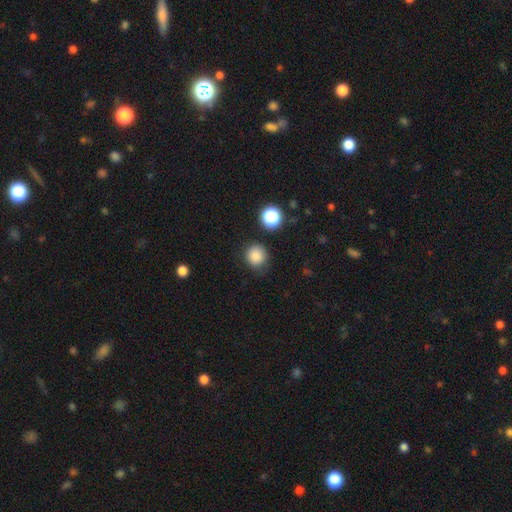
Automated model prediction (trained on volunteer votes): Smooth or featured?
  - smooth: 84% *
  - star or artifact: 12%
  - featured or disk: 4%
How rounded?
  - round: 90% *
  - in between: 9%
  - cigar-shaped: 1%
Merging?
  - none: 82% *
  - minor disturbance: 12%
  - major disturbance: 3%
  - merger: 3%